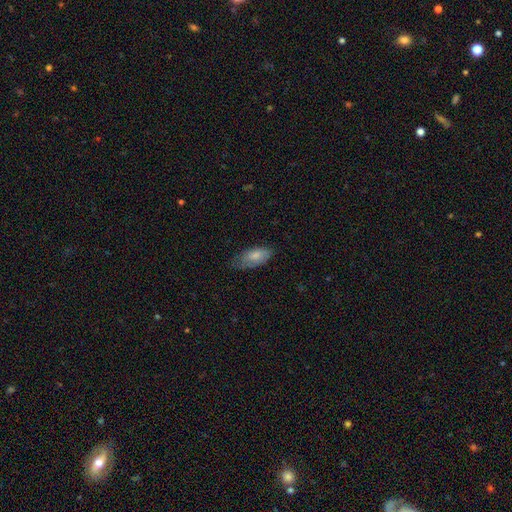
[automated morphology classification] smooth_or_featured: smooth (p=0.77) [alt: featured or disk p=0.17]
how_rounded: in between (p=0.90) [alt: cigar-shaped p=0.08]
merging: none (p=0.49) [alt: minor disturbance p=0.37]